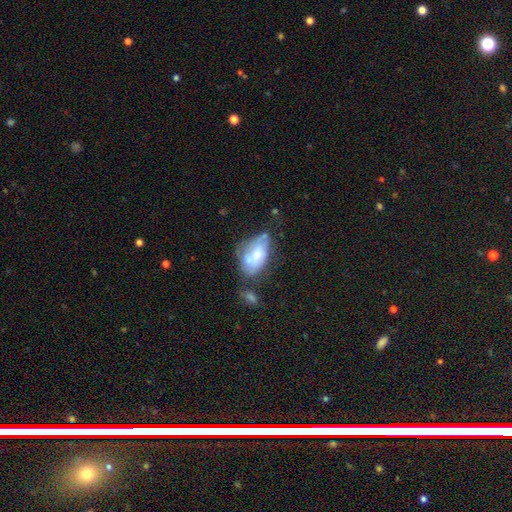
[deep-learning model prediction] smooth 49%, featured or disk 44%, star or artifact 8%. Down the decision tree: merging — none (30%).